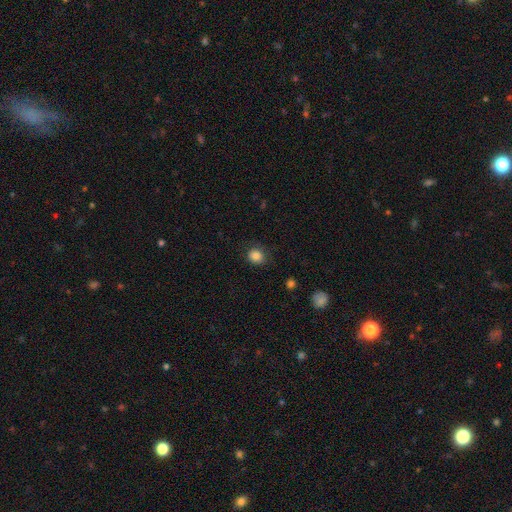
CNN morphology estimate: Smooth or featured?
  - smooth: 85% *
  - star or artifact: 10%
  - featured or disk: 5%
How rounded?
  - round: 75% *
  - in between: 24%
  - cigar-shaped: 1%
Merging?
  - none: 80% *
  - minor disturbance: 15%
  - major disturbance: 4%
  - merger: 1%